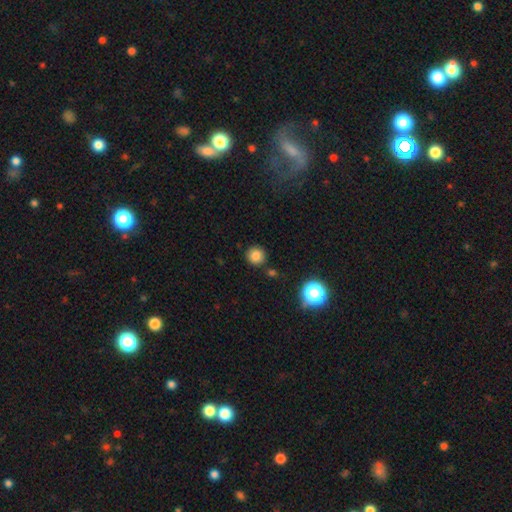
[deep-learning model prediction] Smooth or featured? smooth (82%)
How rounded? round (92%)
Merging? none (85%)